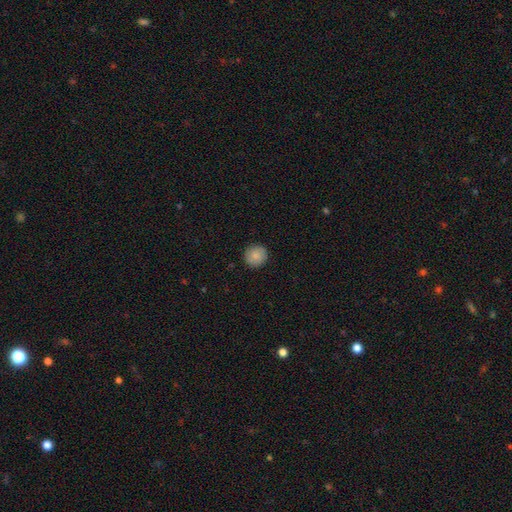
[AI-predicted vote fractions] This appears to be a smooth galaxy with no disk features (85%) that is round (92%). Merging: none (90%).